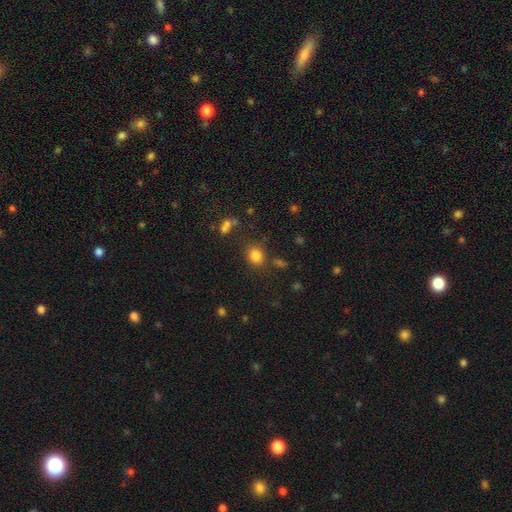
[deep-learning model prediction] Smooth or featured?
  - smooth: 82% *
  - star or artifact: 13%
  - featured or disk: 6%
How rounded?
  - round: 72% *
  - in between: 27%
  - cigar-shaped: 1%
Merging?
  - none: 79% *
  - minor disturbance: 11%
  - merger: 6%
  - major disturbance: 4%